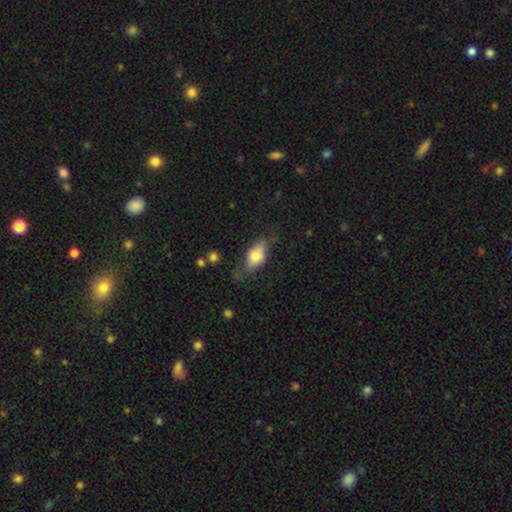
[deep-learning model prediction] Smooth or featured: smooth — 70% (featured or disk — 22%)
How rounded: in between — 85% (cigar-shaped — 9%)
Merging: none — 53% (minor disturbance — 29%)